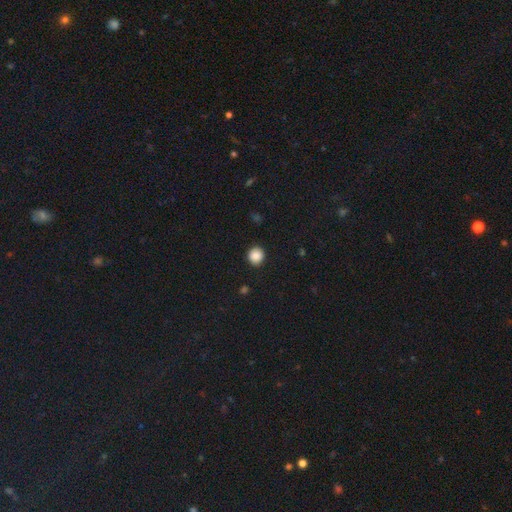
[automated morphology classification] A smooth galaxy with no disk features (88%) that is round (89%).

Vote fractions:
- Smooth or featured? smooth: 88% / star or artifact: 9% / featured or disk: 3%
- How rounded? round: 89% / in between: 10% / cigar-shaped: 1%
- Merging? none: 91% / minor disturbance: 6% / major disturbance: 2% / merger: 1%